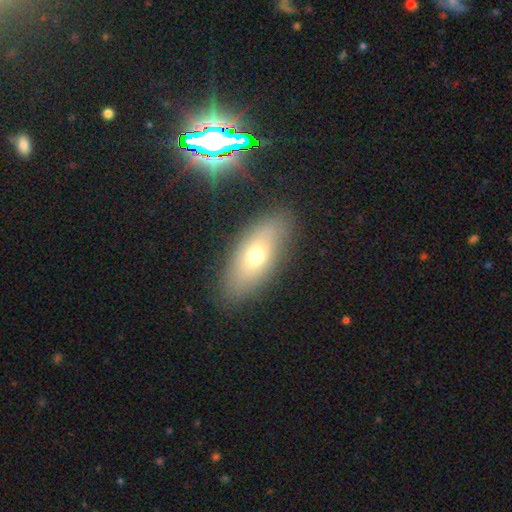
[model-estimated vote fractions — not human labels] The model was most divided on "smooth or featured": smooth: 61%, featured or disk: 28%, star or artifact: 11%. More confident: merging — none (84%); how rounded — in between (82%).